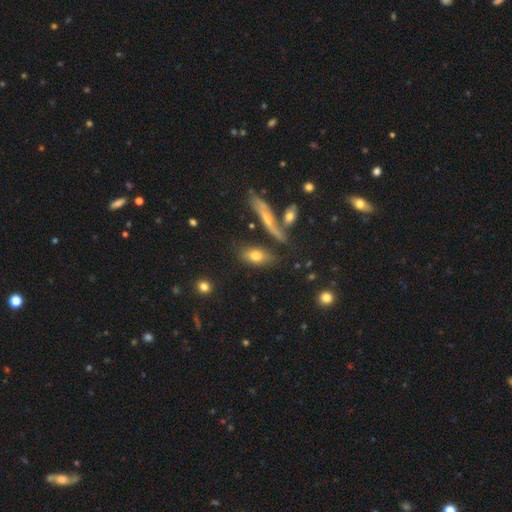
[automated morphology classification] Smooth or featured?
  - smooth: 69% *
  - featured or disk: 21%
  - star or artifact: 9%
How rounded?
  - in between: 72% *
  - cigar-shaped: 22%
  - round: 7%
Merging?
  - none: 67% *
  - minor disturbance: 15%
  - merger: 12%
  - major disturbance: 5%